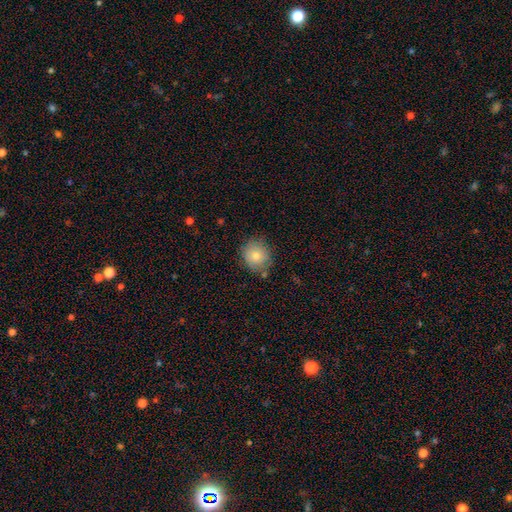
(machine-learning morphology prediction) smooth_or_featured: smooth (p=0.77) [alt: featured or disk p=0.13]
how_rounded: round (p=0.85) [alt: in between p=0.14]
merging: none (p=0.79) [alt: minor disturbance p=0.15]